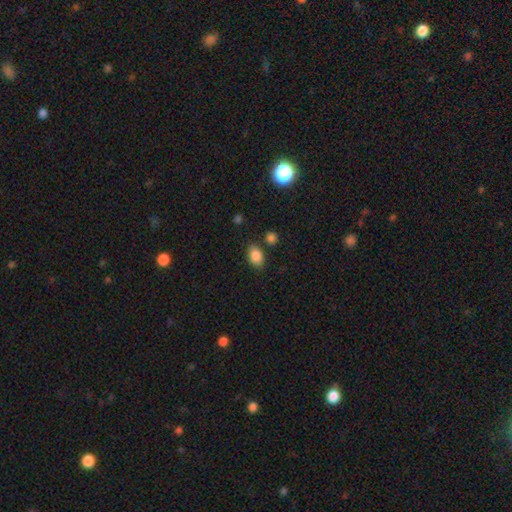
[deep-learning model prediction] This appears to be a smooth galaxy with no disk features (86%) that is in between round and cigar-shaped (81%). Merging: none (77%).